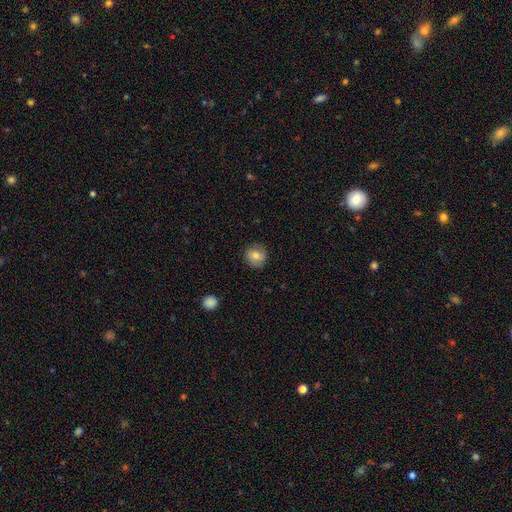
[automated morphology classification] Smooth or featured? Predicted: smooth (p=0.71). How rounded? Predicted: round (p=0.86). Merging? Predicted: none (p=0.84).